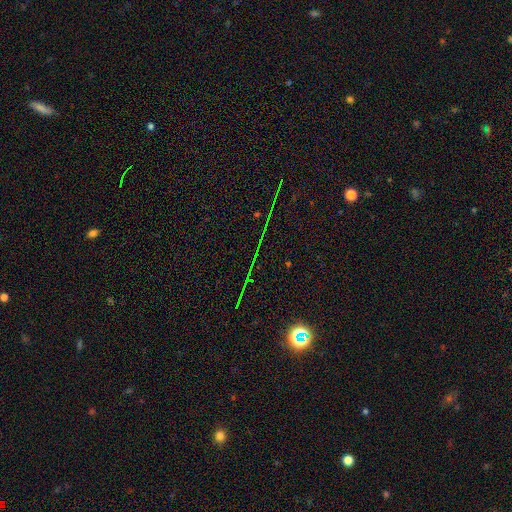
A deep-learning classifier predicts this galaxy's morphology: Overall: star or artifact (80%).